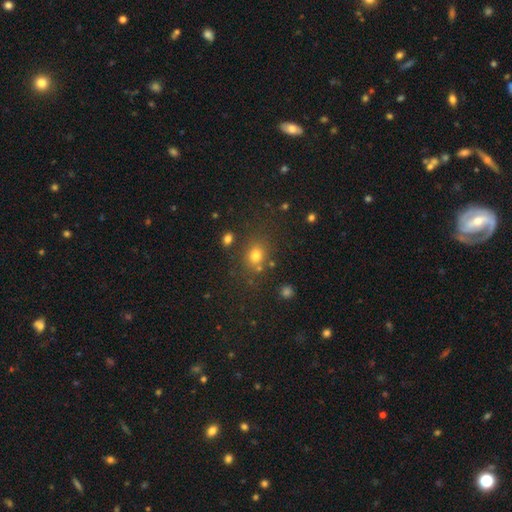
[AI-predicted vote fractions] This is likely a smooth galaxy (72%). How rounded: likely round (64%). Merging: likely none (74%).